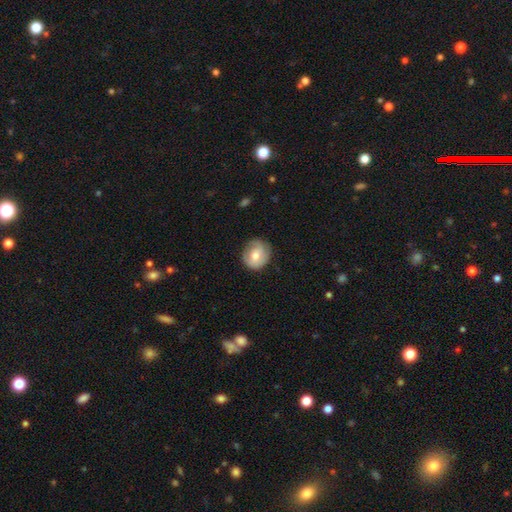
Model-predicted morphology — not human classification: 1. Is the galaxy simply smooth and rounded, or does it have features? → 58% smooth, 36% featured or disk, 7% star or artifact.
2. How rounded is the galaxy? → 79% round, 20% in between, 1% cigar-shaped.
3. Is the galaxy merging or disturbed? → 71% none, 22% minor disturbance, 6% major disturbance, 1% merger.